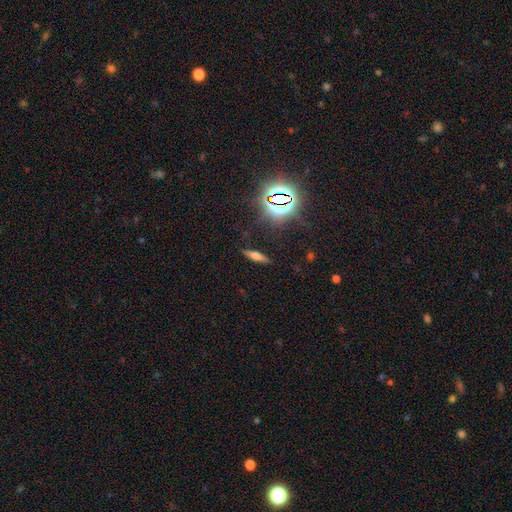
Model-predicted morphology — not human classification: smooth 46%, featured or disk 33%, star or artifact 21%. Down the decision tree: merging — none (85%).